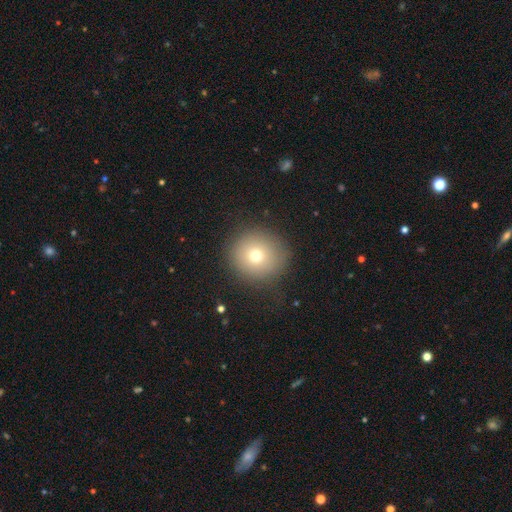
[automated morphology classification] The model was most divided on "smooth or featured": smooth: 72%, star or artifact: 15%, featured or disk: 13%. More confident: how rounded — round (92%); merging — none (85%).